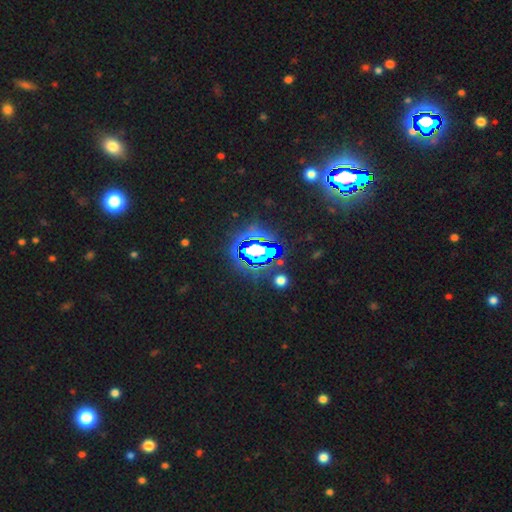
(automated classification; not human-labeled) smooth-or-featured: star or artifact: 82% | smooth: 11% | featured or disk: 7%